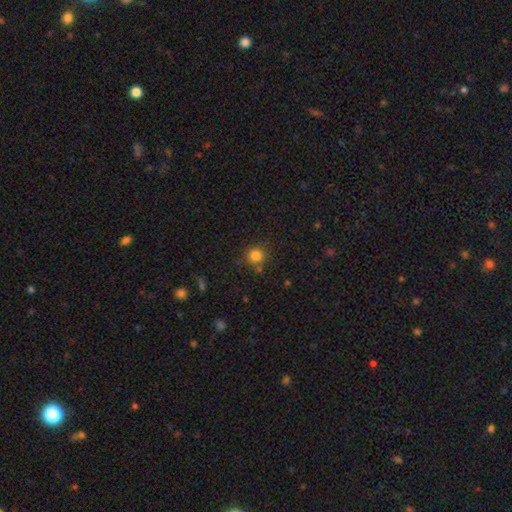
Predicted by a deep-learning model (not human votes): The model was most divided on "merging": none: 78%, minor disturbance: 11%, merger: 7%, major disturbance: 3%. More confident: how rounded — round (93%); smooth or featured — smooth (82%).